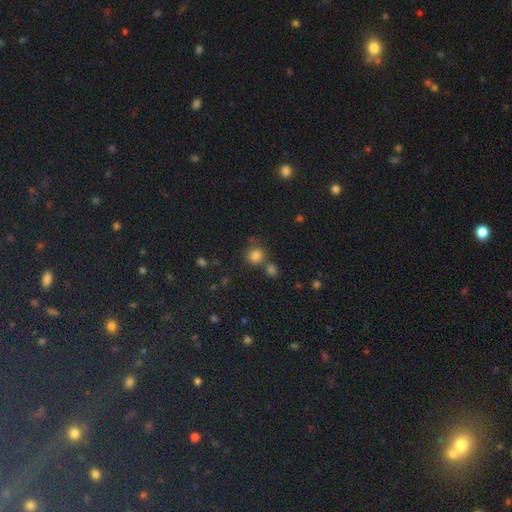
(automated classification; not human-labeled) This appears to be a smooth galaxy with no disk features (80%) that is round (83%). Merging: none (66%).